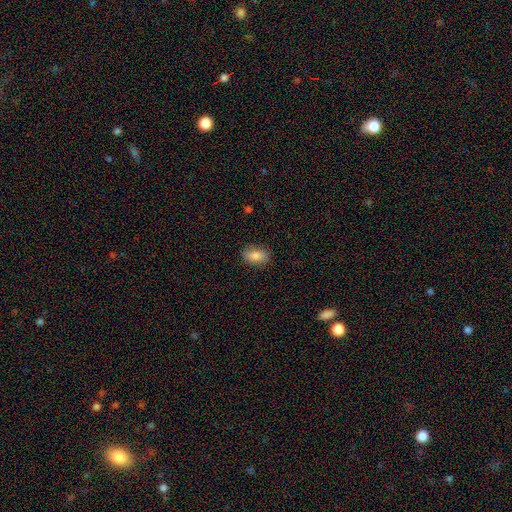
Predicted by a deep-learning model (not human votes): Morphology: type=smooth (85%); roundness=in between (88%); merging=none (84%).